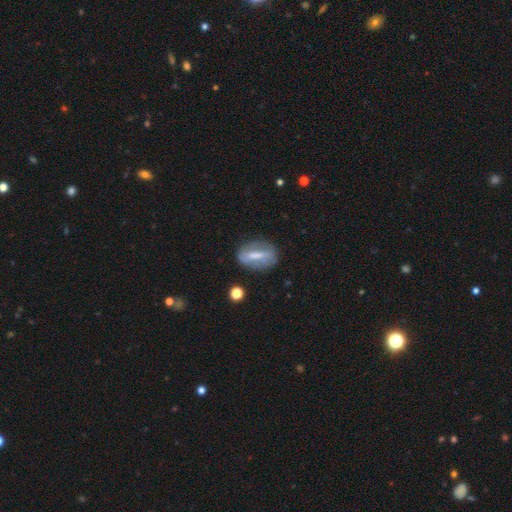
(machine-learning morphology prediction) smooth-or-featured: featured or disk: 48% | smooth: 44% | star or artifact: 8%
  merging: none: 70% | minor disturbance: 20% | major disturbance: 8% | merger: 3%